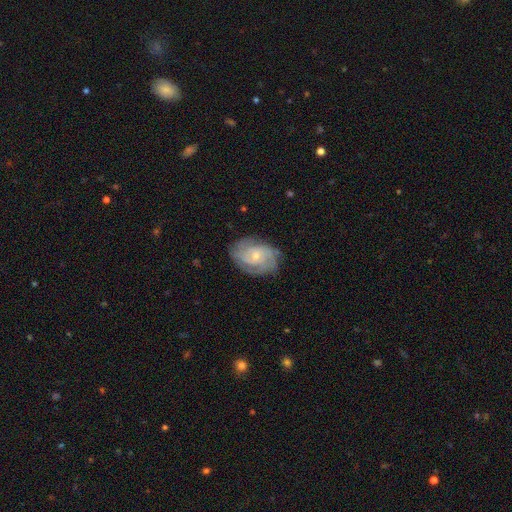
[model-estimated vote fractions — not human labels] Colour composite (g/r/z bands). It shows a featured or disk galaxy (78%) with no bar (68%), tight (62%) spiral arms (94%) and a small central bulge (63%). Merging: none (75%).